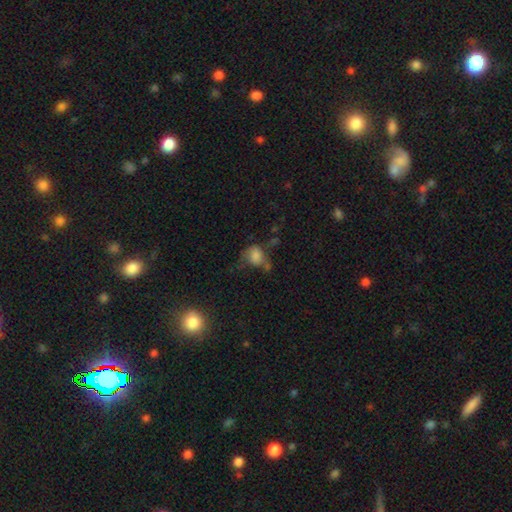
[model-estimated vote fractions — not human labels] Morphology: type=smooth (72%); roundness=round (54%); merging=none (30%).